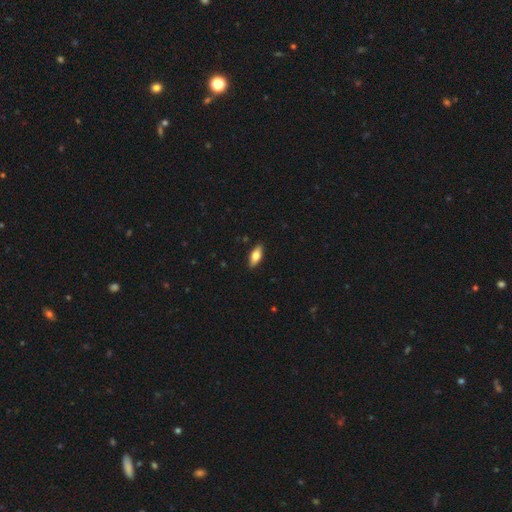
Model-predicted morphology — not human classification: Q: Smooth or featured?
A: smooth (74%); runner-up: featured or disk (20%)
Q: How rounded?
A: in between (81%); runner-up: cigar-shaped (16%)
Q: Merging?
A: none (89%); runner-up: minor disturbance (9%)